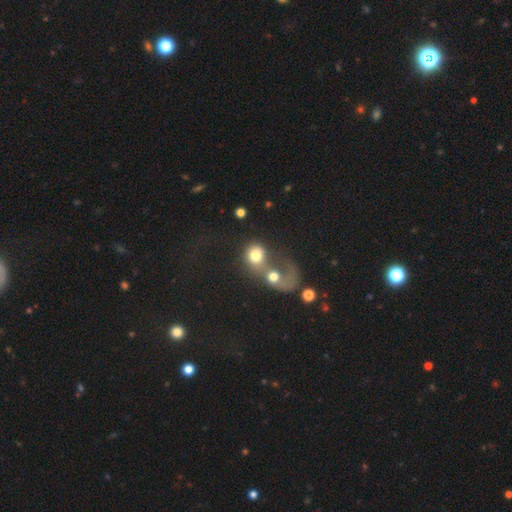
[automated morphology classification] smooth-or-featured: smooth: 67% | featured or disk: 22% | star or artifact: 11%
  how-rounded: round: 70% | in between: 29% | cigar-shaped: 1%
  merging: merger: 67% | none: 14% | major disturbance: 14% | minor disturbance: 5%